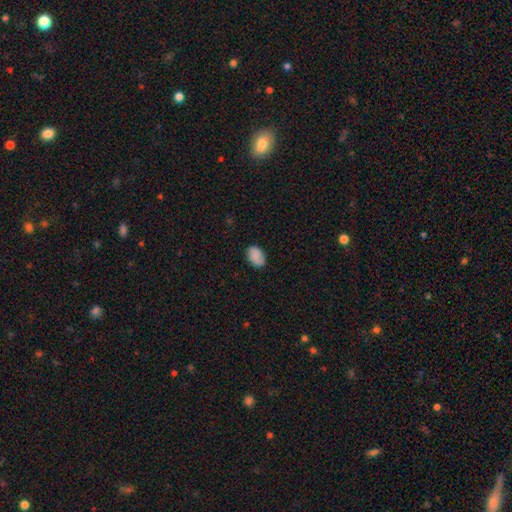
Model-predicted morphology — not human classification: Smooth or featured: smooth — 86% (star or artifact — 8%)
How rounded: in between — 85% (round — 14%)
Merging: none — 81% (minor disturbance — 15%)